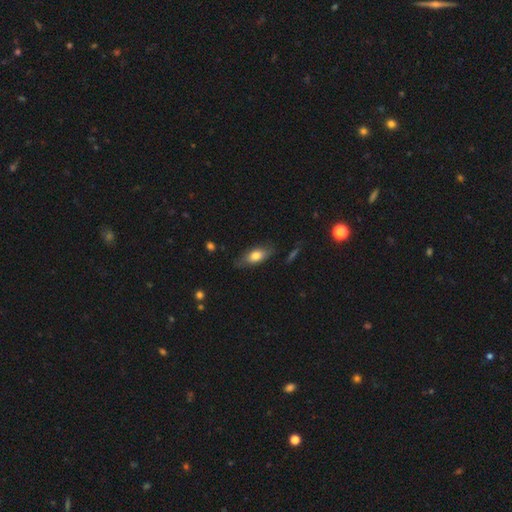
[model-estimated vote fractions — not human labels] Smooth or featured? Predicted: smooth (p=0.70). How rounded? Predicted: in between (p=0.78). Merging? Predicted: none (p=0.75).